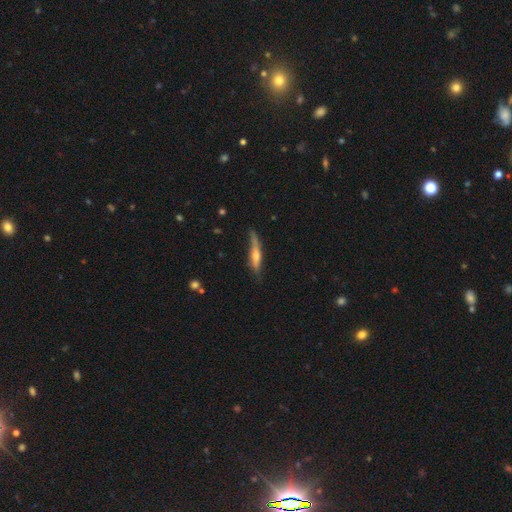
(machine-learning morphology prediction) Q: Smooth or featured?
A: featured or disk (57%); runner-up: smooth (37%)
Q: Edge-on disk?
A: yes (89%); runner-up: no (11%)
Q: Edge-on bulge?
A: rounded (81%); runner-up: none (12%)
Q: Merging?
A: none (65%); runner-up: minor disturbance (26%)